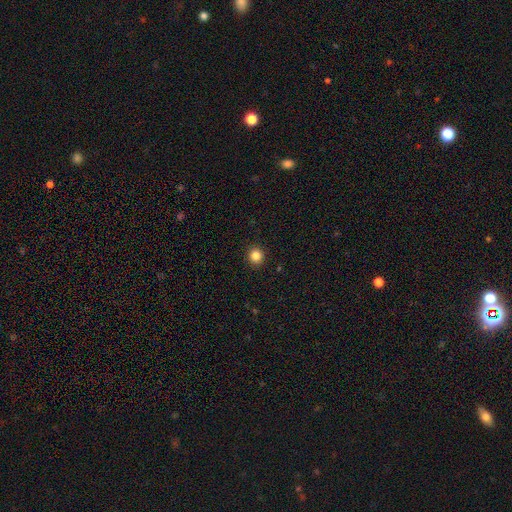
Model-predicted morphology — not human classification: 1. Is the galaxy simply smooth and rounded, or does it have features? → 85% smooth, 12% star or artifact, 4% featured or disk.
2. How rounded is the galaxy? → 92% round, 7% in between, 1% cigar-shaped.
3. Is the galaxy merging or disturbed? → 93% none, 5% minor disturbance, 2% major disturbance, 1% merger.